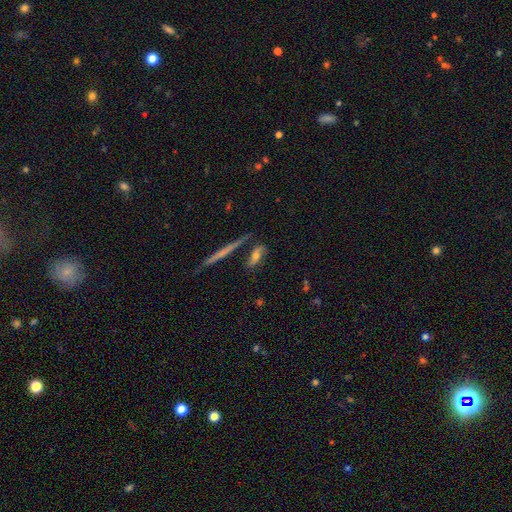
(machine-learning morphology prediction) smooth_or_featured: smooth (p=0.47) [alt: featured or disk p=0.43]
merging: none (p=0.60) [alt: minor disturbance p=0.21]